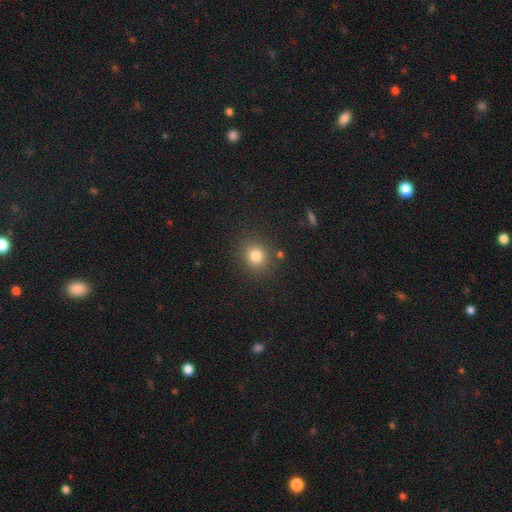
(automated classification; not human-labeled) Smooth or featured?
  - smooth: 80% *
  - star or artifact: 14%
  - featured or disk: 7%
How rounded?
  - round: 80% *
  - in between: 19%
  - cigar-shaped: 1%
Merging?
  - none: 85% *
  - minor disturbance: 9%
  - merger: 3%
  - major disturbance: 3%